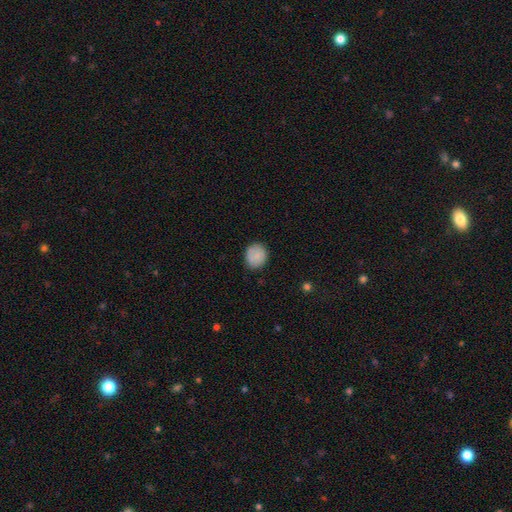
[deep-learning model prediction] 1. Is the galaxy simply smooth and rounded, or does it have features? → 85% smooth, 8% star or artifact, 7% featured or disk.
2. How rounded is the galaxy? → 74% round, 25% in between, 1% cigar-shaped.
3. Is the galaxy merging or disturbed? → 86% none, 11% minor disturbance, 2% major disturbance, 1% merger.